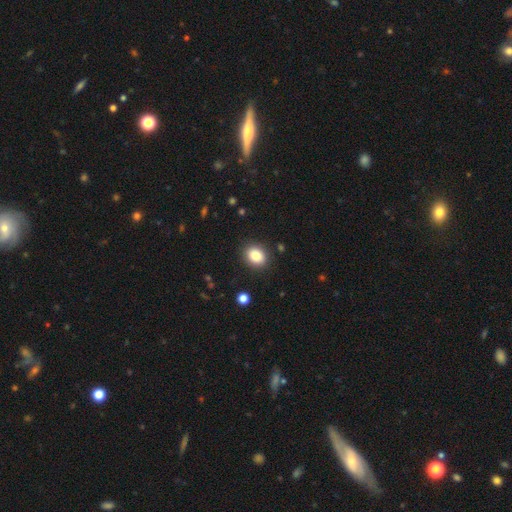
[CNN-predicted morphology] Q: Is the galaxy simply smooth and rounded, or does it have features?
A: smooth — 84%.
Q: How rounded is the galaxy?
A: round — 52%.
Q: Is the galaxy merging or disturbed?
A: none — 89%.